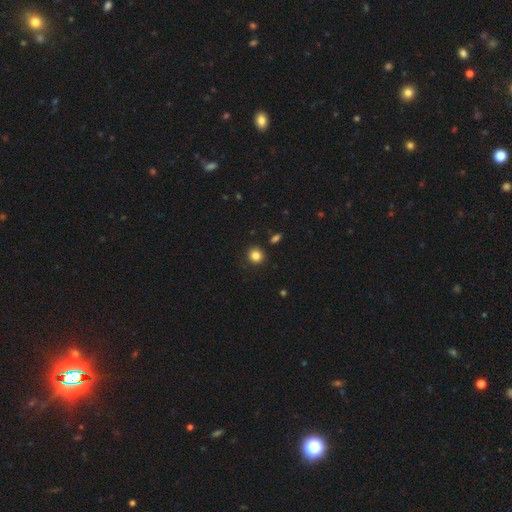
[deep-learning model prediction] This is clearly a smooth galaxy (84%). How rounded: clearly round (90%). Merging: clearly none (89%).